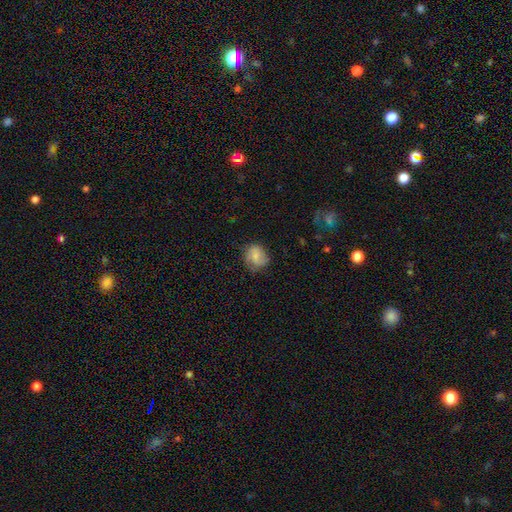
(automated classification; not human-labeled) smooth_or_featured: smooth (p=0.60) [alt: featured or disk p=0.32]
how_rounded: round (p=0.63) [alt: in between p=0.36]
merging: none (p=0.60) [alt: minor disturbance p=0.27]